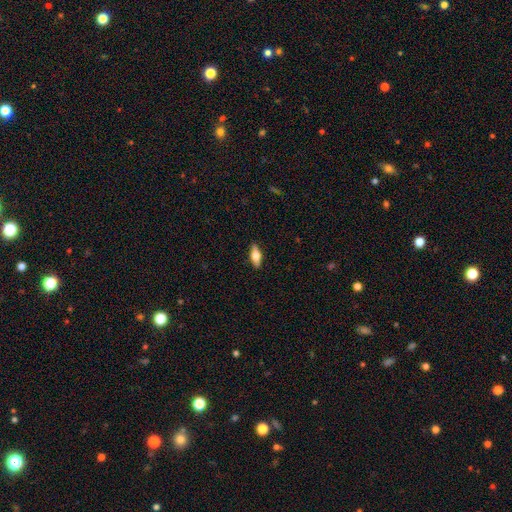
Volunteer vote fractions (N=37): This appears to be a smooth galaxy with no disk features (49%) that is in between round and cigar-shaped (78%). Merging: none (100%).